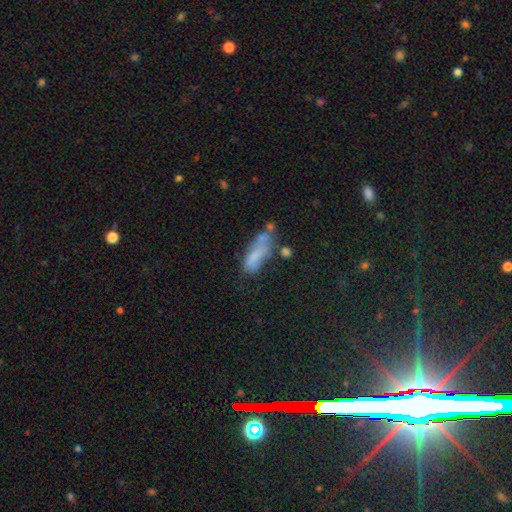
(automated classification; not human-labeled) smooth_or_featured: smooth (p=0.63) [alt: featured or disk p=0.26]
how_rounded: in between (p=0.69) [alt: cigar-shaped p=0.28]
merging: none (p=0.34) [alt: minor disturbance p=0.28]